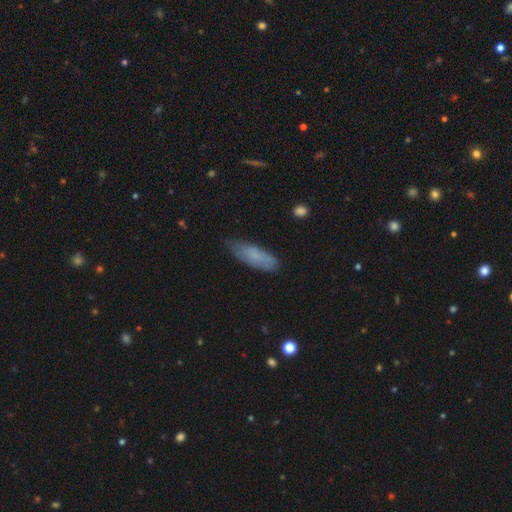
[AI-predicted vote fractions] smooth_or_featured: smooth (p=0.76) [alt: featured or disk p=0.17]
how_rounded: in between (p=0.60) [alt: cigar-shaped p=0.38]
merging: none (p=0.70) [alt: minor disturbance p=0.24]